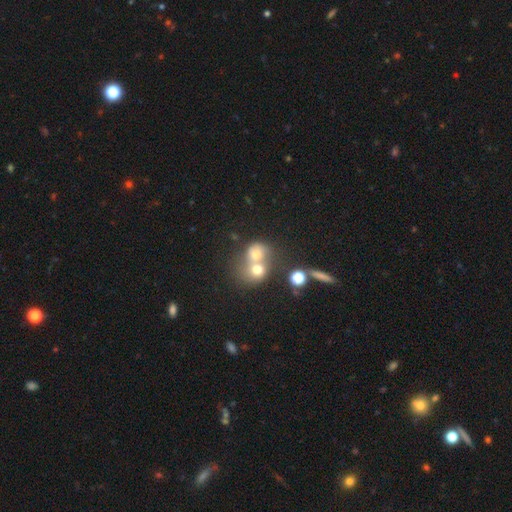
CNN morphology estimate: This appears to be a smooth galaxy with no disk features (61%) that is round (67%). Merging: merger (69%).